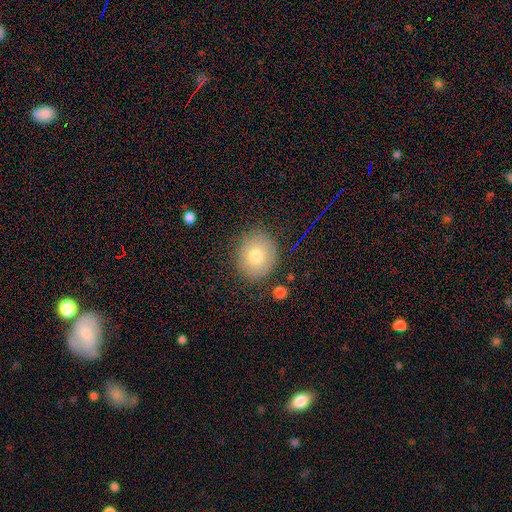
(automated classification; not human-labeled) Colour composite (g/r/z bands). It shows a smooth galaxy with no disk features (76%) that is round (78%). Merging: none (83%).